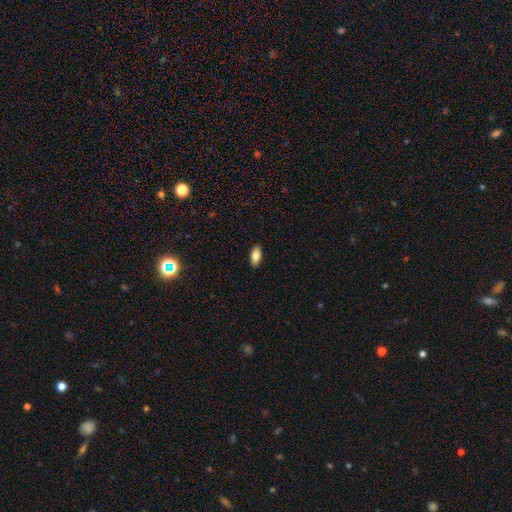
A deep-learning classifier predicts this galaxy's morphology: Smooth or featured? Predicted: smooth (p=0.83). How rounded? Predicted: in between (p=0.88). Merging? Predicted: none (p=0.89).